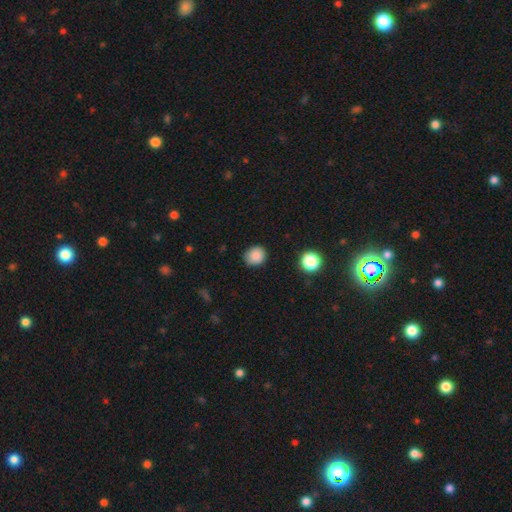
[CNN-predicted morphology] Overall: smooth (86%). How rounded: round (77%). Merging: none (82%).